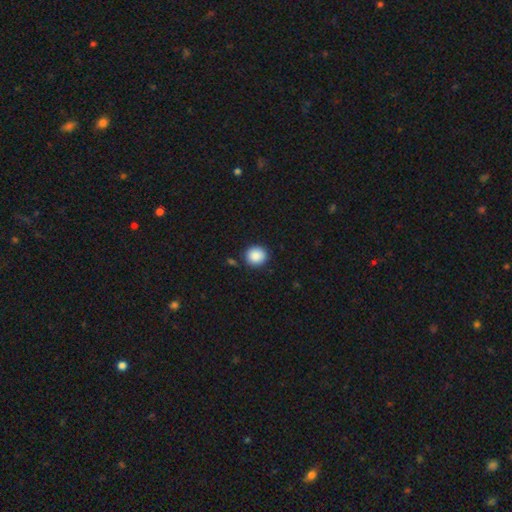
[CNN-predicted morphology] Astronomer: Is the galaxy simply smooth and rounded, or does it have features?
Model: smooth — 89%.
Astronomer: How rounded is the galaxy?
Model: round — 90%.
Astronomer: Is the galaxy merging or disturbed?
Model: none — 88%.